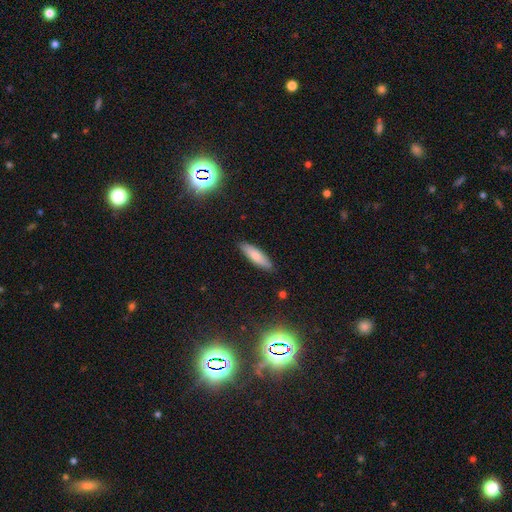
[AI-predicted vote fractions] Smooth or featured: smooth — 77% (featured or disk — 17%)
How rounded: cigar-shaped — 59% (in between — 40%)
Merging: none — 88% (minor disturbance — 9%)